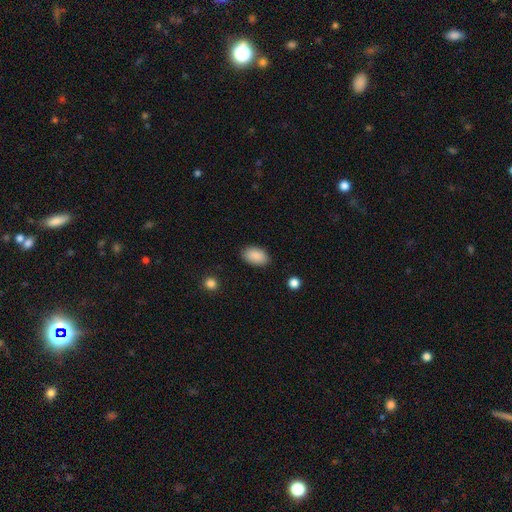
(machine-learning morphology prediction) Smooth or featured: smooth — 90% (star or artifact — 7%)
How rounded: in between — 92% (round — 6%)
Merging: none — 87% (minor disturbance — 10%)